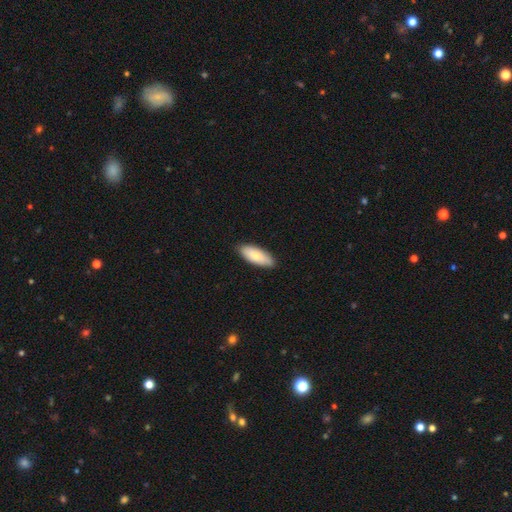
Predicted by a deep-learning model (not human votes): smooth_or_featured: smooth (p=0.76) [alt: featured or disk p=0.18]
how_rounded: in between (p=0.80) [alt: cigar-shaped p=0.18]
merging: none (p=0.85) [alt: minor disturbance p=0.12]